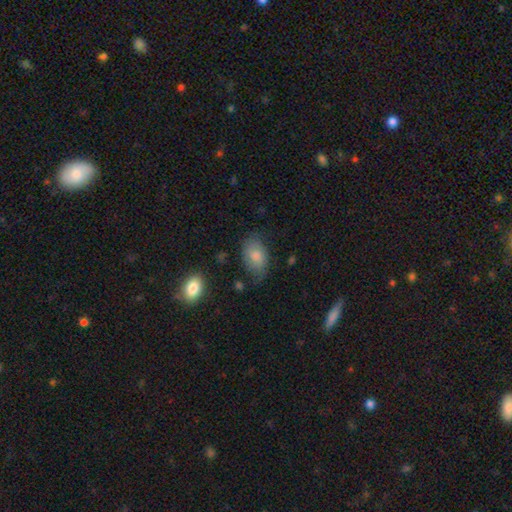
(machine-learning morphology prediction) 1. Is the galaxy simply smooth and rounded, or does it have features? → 76% smooth, 15% featured or disk, 9% star or artifact.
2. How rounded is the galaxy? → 87% in between, 11% round, 1% cigar-shaped.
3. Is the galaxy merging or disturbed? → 65% none, 26% minor disturbance, 7% major disturbance, 2% merger.